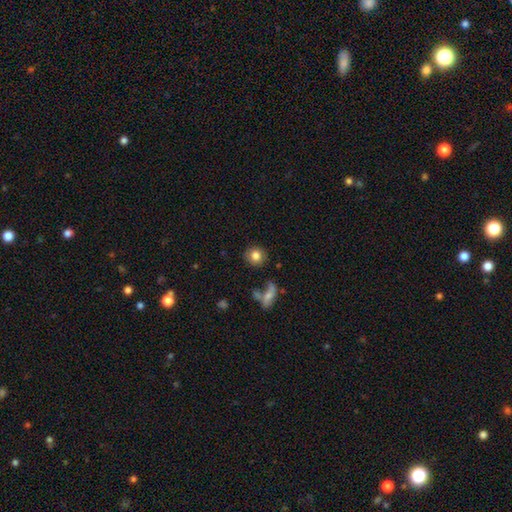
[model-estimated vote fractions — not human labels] Overall: smooth (82%). How rounded: round (85%). Merging: none (80%).